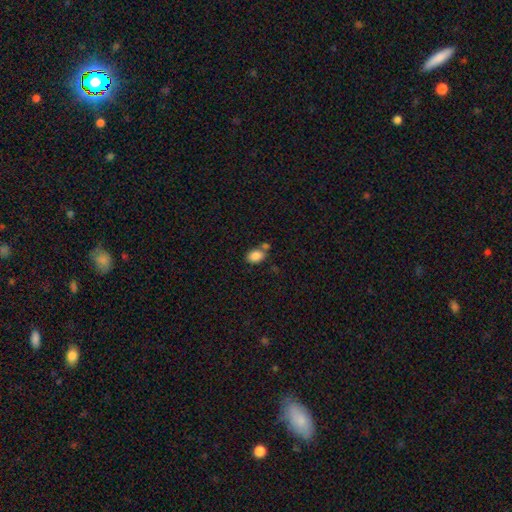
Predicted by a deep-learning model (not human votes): A smooth galaxy with no disk features (86%) that is in between round and cigar-shaped (80%). Merging: none (56%).